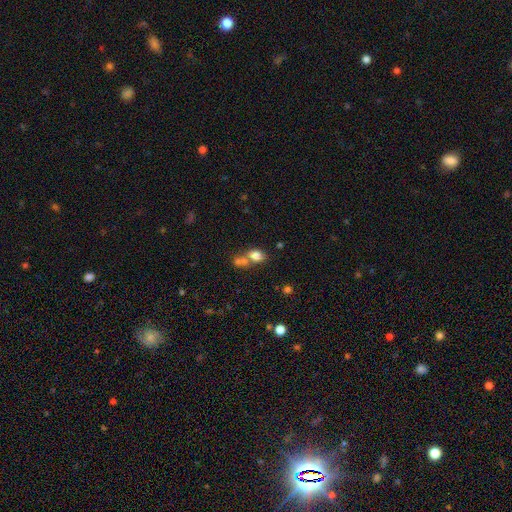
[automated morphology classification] Smooth or featured? Predicted: smooth (p=0.78). How rounded? Predicted: in between (p=0.62). Merging? Predicted: merger (p=0.46).